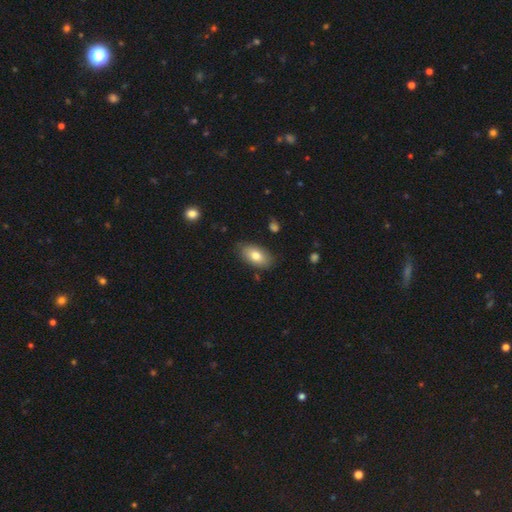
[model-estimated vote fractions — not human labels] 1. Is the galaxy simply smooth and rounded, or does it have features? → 77% smooth, 16% featured or disk, 7% star or artifact.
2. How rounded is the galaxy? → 93% in between, 5% round, 3% cigar-shaped.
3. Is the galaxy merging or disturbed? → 82% none, 13% minor disturbance, 3% major disturbance, 2% merger.